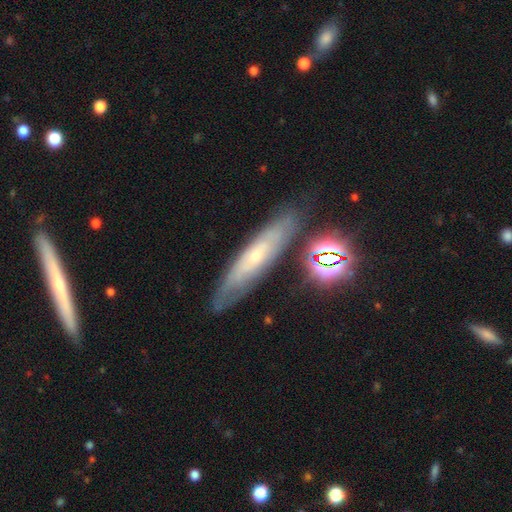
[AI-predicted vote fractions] A featured or disk galaxy (59%). Merging: none (78%).